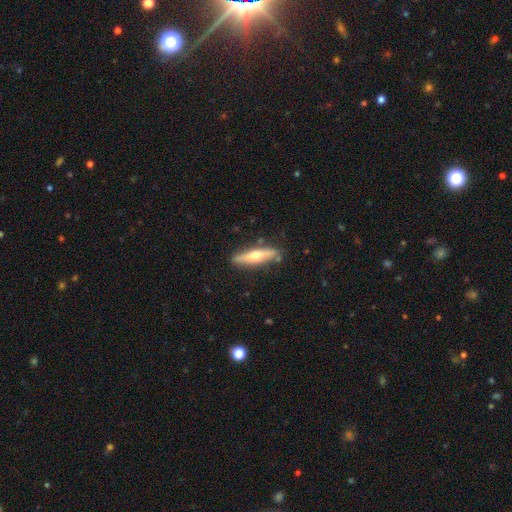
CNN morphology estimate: smooth-or-featured: featured or disk: 52% | smooth: 43% | star or artifact: 5%
  disk-edge-on: yes: 90% | no: 10%
  merging: none: 84% | minor disturbance: 12% | merger: 2% | major disturbance: 2%